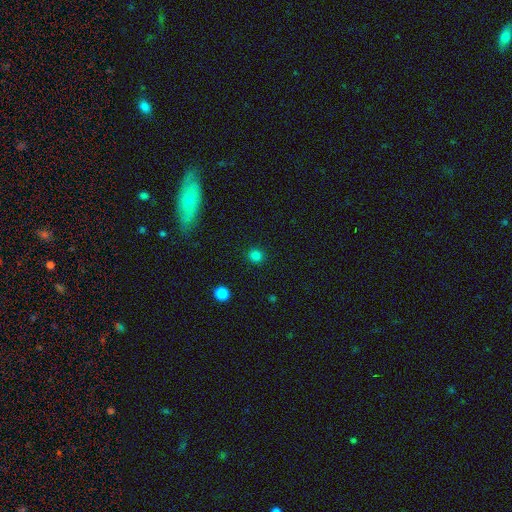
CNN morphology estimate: A smooth galaxy with no disk features (82%) that is round (91%).

Vote fractions:
- Smooth or featured? smooth: 82% / star or artifact: 14% / featured or disk: 4%
- How rounded? round: 91% / in between: 8% / cigar-shaped: 1%
- Merging? none: 91% / minor disturbance: 6% / major disturbance: 2% / merger: 1%